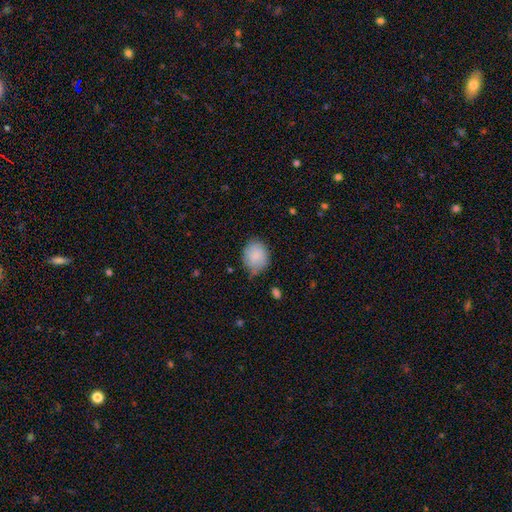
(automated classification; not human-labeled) Smooth or featured?
  - smooth: 85% *
  - featured or disk: 8%
  - star or artifact: 7%
How rounded?
  - round: 56% *
  - in between: 44%
  - cigar-shaped: 1%
Merging?
  - none: 69% *
  - minor disturbance: 24%
  - major disturbance: 5%
  - merger: 2%